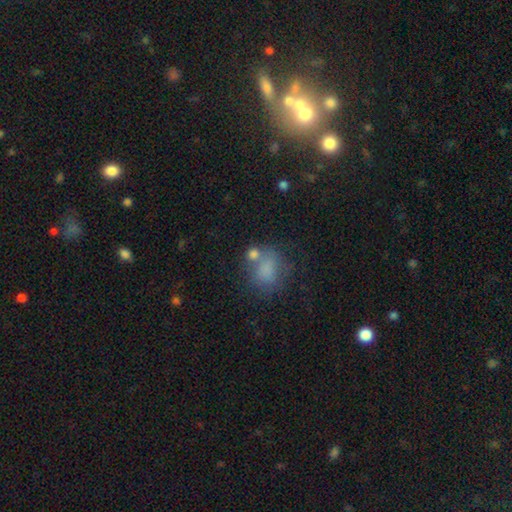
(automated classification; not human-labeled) smooth-or-featured: smooth: 71% | star or artifact: 16% | featured or disk: 13%
  how-rounded: in between: 51% | round: 48% | cigar-shaped: 2%
  merging: none: 52% | minor disturbance: 19% | merger: 18% | major disturbance: 11%